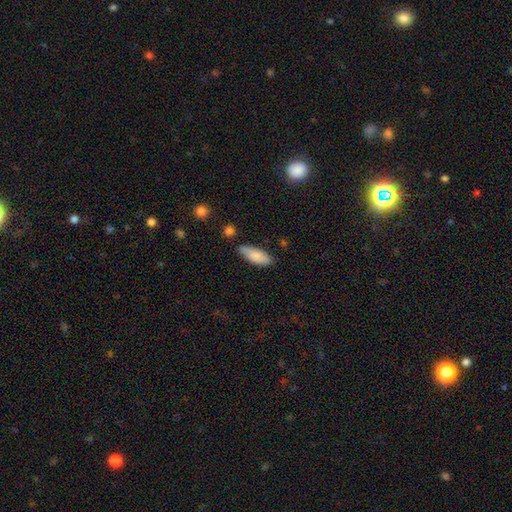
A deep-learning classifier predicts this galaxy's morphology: type=smooth (84%); roundness=in between (76%); merging=none (73%).